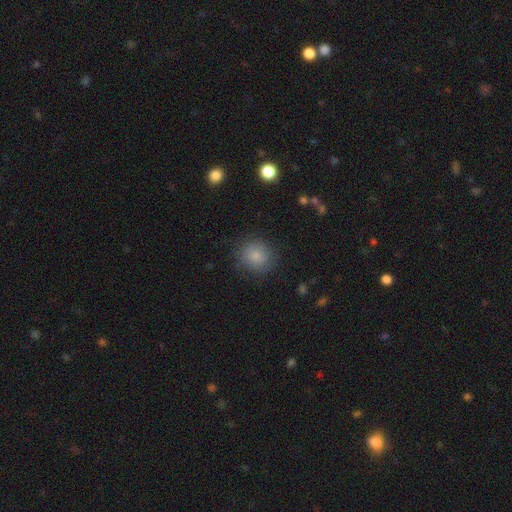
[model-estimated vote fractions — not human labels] smooth 83%, star or artifact 9%, featured or disk 8%. Down the decision tree: how rounded — round (86%); merging — none (83%).